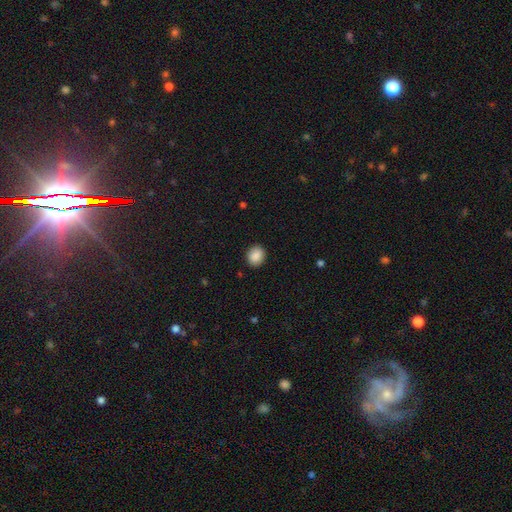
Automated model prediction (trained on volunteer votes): A smooth galaxy with no disk features (89%) that is round (69%). Merging: none (90%).